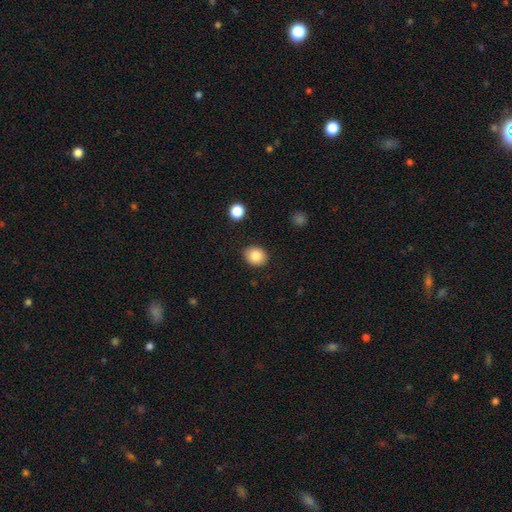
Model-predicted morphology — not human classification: A smooth galaxy with no disk features (85%) that is round (62%).

Vote fractions:
- Smooth or featured? smooth: 85% / star or artifact: 9% / featured or disk: 6%
- How rounded? round: 62% / in between: 37% / cigar-shaped: 1%
- Merging? none: 88% / minor disturbance: 8% / major disturbance: 2% / merger: 1%